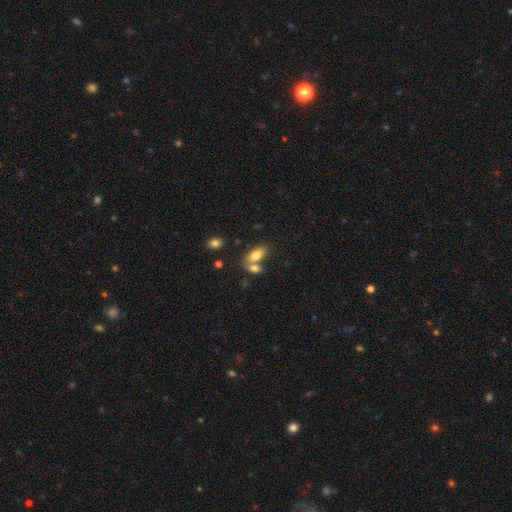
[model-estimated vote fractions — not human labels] smooth 80%, featured or disk 12%, star or artifact 8%. Down the decision tree: how rounded — in between (90%); merging — merger (44%).